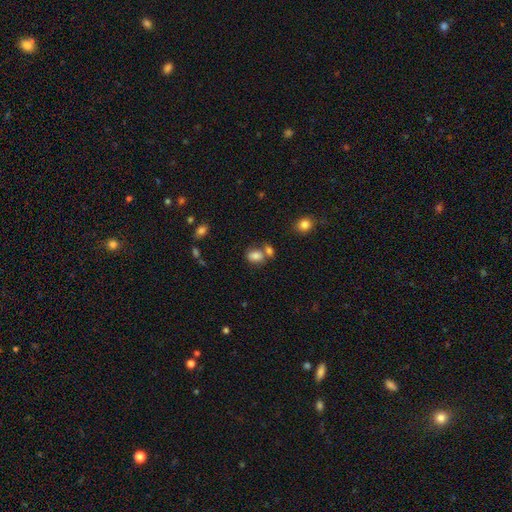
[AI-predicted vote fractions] smooth-or-featured: smooth: 81% | star or artifact: 10% | featured or disk: 9%
  how-rounded: in between: 77% | round: 22% | cigar-shaped: 1%
  merging: none: 47% | merger: 35% | minor disturbance: 13% | major disturbance: 5%